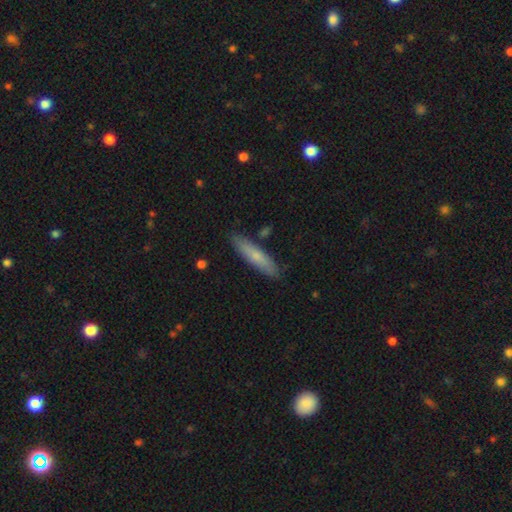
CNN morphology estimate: smooth-or-featured: smooth: 70% | featured or disk: 25% | star or artifact: 6%
  how-rounded: cigar-shaped: 81% | in between: 17% | round: 1%
  merging: none: 86% | minor disturbance: 10% | merger: 2% | major disturbance: 2%